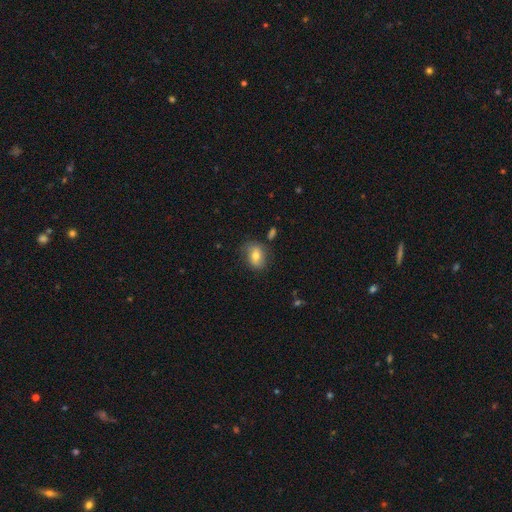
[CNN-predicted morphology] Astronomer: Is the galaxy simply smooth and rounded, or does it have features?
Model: smooth — 68%.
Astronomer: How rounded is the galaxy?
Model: in between — 69%.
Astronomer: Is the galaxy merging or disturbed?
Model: none — 73%.